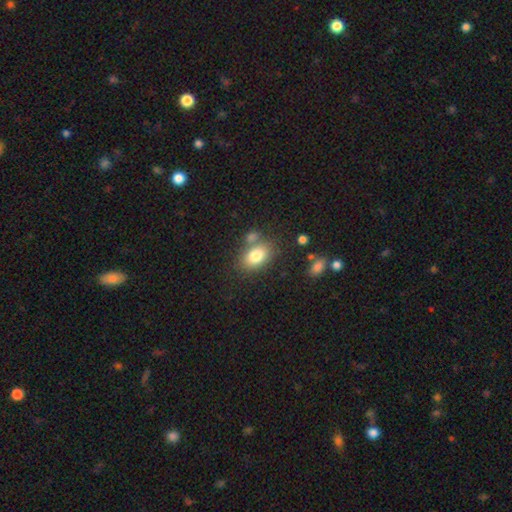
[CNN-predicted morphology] Smooth or featured?
  - smooth: 80% *
  - featured or disk: 11%
  - star or artifact: 8%
How rounded?
  - in between: 84% *
  - round: 15%
  - cigar-shaped: 1%
Merging?
  - none: 64% *
  - merger: 17%
  - minor disturbance: 14%
  - major disturbance: 5%